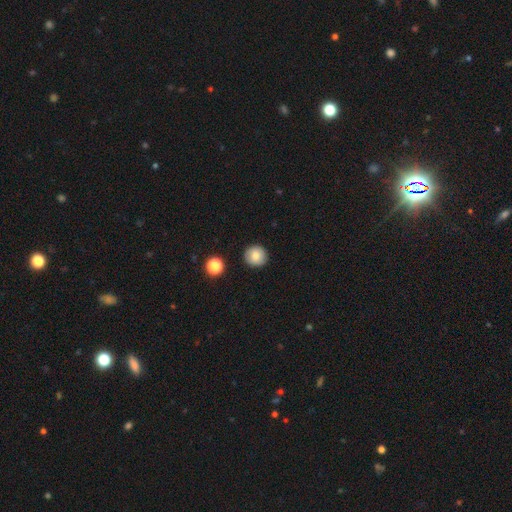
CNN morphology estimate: smooth-or-featured: smooth: 80% | featured or disk: 10% | star or artifact: 9%
  how-rounded: round: 93% | in between: 6% | cigar-shaped: 1%
  merging: none: 91% | minor disturbance: 6% | major disturbance: 2% | merger: 1%